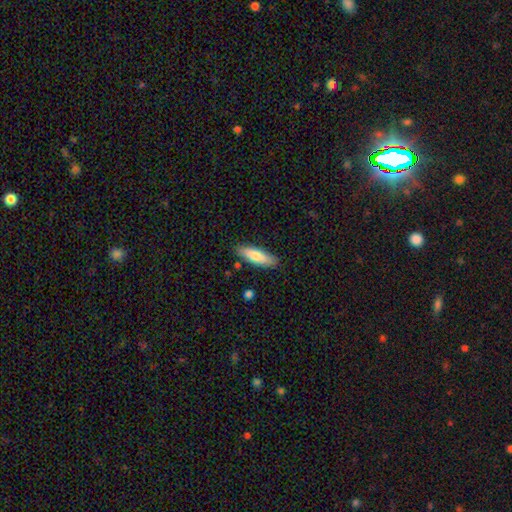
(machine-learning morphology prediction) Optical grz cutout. It shows a smooth galaxy with no disk features (80%) that is cigar-shaped (55%). Merging: none (85%).